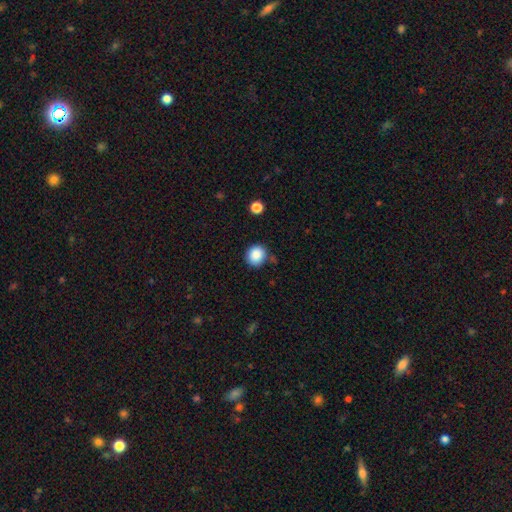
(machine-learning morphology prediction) Smooth or featured?
  - smooth: 86% *
  - star or artifact: 10%
  - featured or disk: 4%
How rounded?
  - round: 87% *
  - in between: 12%
  - cigar-shaped: 1%
Merging?
  - none: 79% *
  - minor disturbance: 13%
  - merger: 4%
  - major disturbance: 3%